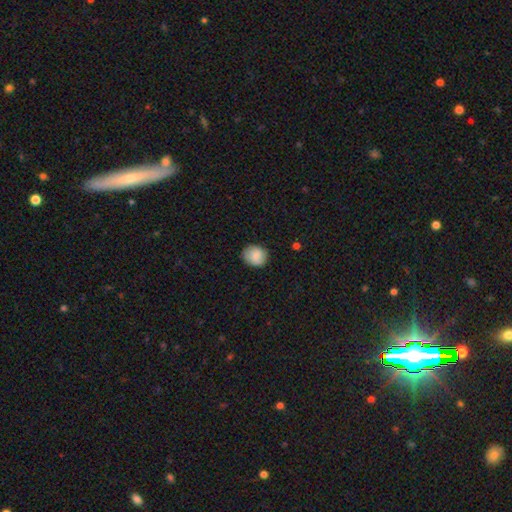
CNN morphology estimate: Smooth or featured: smooth — 81% (featured or disk — 11%)
How rounded: round — 73% (in between — 26%)
Merging: none — 81% (minor disturbance — 14%)